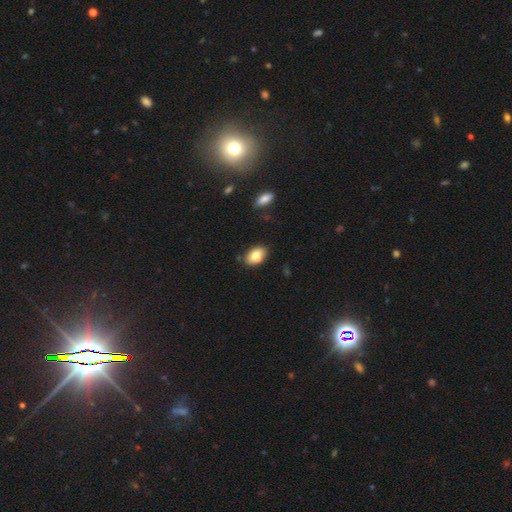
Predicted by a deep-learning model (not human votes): Q: Smooth or featured?
A: smooth (81%); runner-up: featured or disk (11%)
Q: How rounded?
A: in between (87%); runner-up: round (12%)
Q: Merging?
A: none (74%); runner-up: minor disturbance (17%)